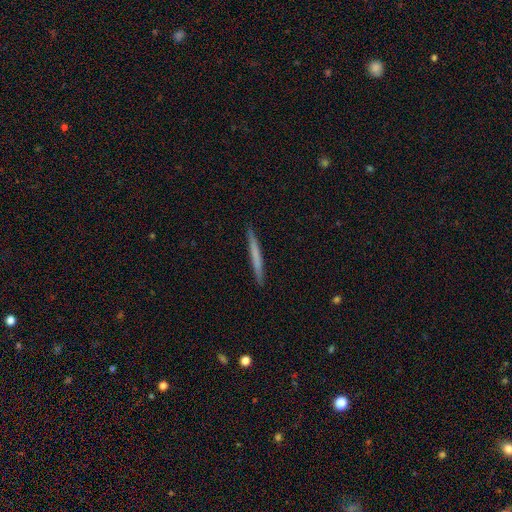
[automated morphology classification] smooth_or_featured: smooth (p=0.59) [alt: featured or disk p=0.36]
how_rounded: cigar-shaped (p=0.97) [alt: in between p=0.02]
merging: none (p=0.91) [alt: minor disturbance p=0.06]